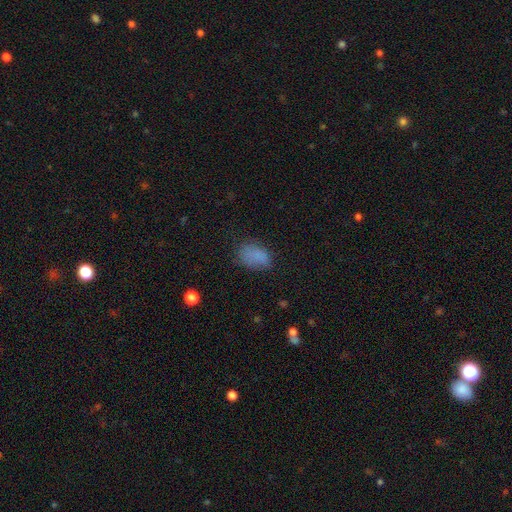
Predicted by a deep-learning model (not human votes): Smooth or featured? smooth (80%)
How rounded? in between (85%)
Merging? none (60%)